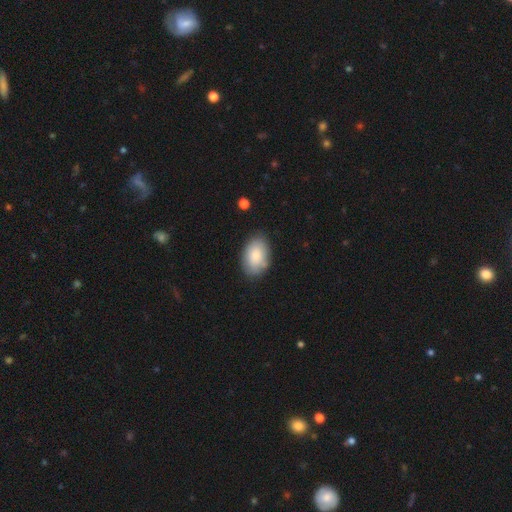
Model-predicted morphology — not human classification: Smooth or featured?
  - smooth: 82% *
  - featured or disk: 12%
  - star or artifact: 6%
How rounded?
  - in between: 90% *
  - round: 9%
  - cigar-shaped: 1%
Merging?
  - none: 78% *
  - minor disturbance: 16%
  - major disturbance: 4%
  - merger: 2%